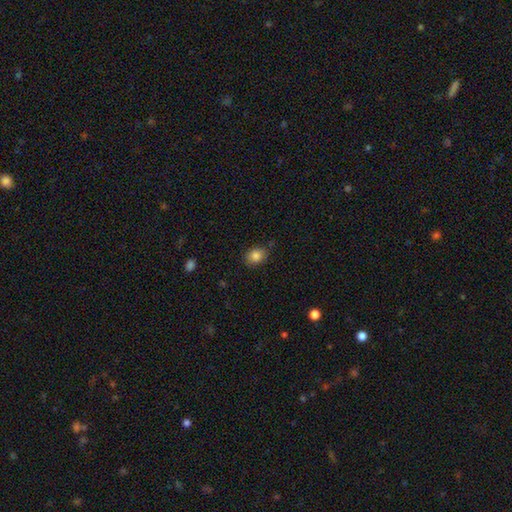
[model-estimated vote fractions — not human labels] Smooth or featured: smooth — 85% (star or artifact — 9%)
How rounded: in between — 53% (round — 46%)
Merging: none — 79% (minor disturbance — 16%)